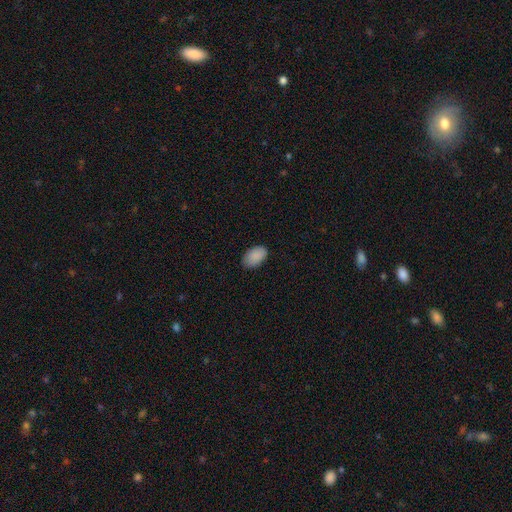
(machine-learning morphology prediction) This appears to be a smooth galaxy with no disk features (89%) that is in between round and cigar-shaped (93%). Merging: none (82%).